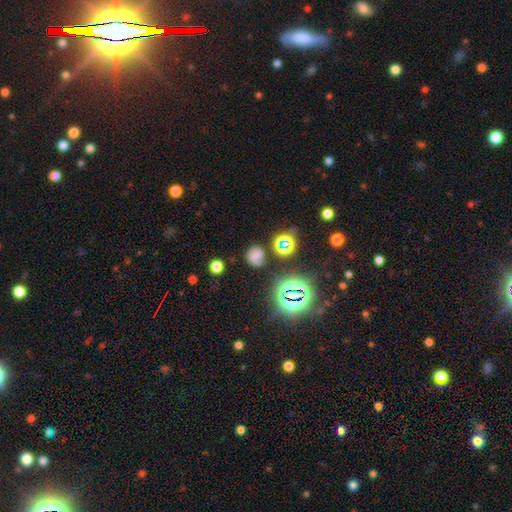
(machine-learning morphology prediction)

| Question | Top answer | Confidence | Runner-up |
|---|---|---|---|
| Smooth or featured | smooth | 42% | featured or disk (32%) |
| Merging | none | 56% | minor disturbance (22%) |